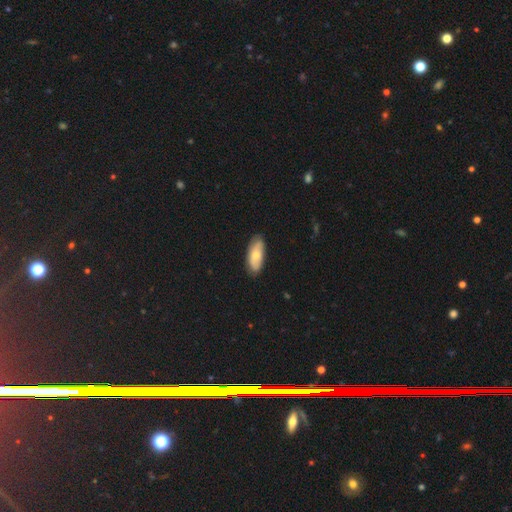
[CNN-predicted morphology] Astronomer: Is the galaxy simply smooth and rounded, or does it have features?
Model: smooth — 68%.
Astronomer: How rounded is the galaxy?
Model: in between — 84%.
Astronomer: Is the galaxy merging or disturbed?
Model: none — 82%.